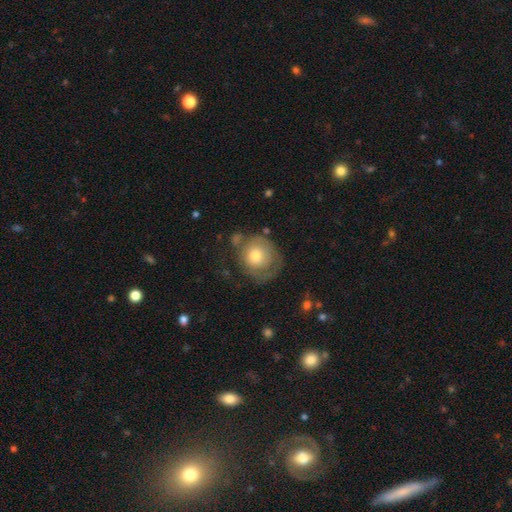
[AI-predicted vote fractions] Overall: smooth (58%; featured or disk 35%). How rounded: round (79%). Merging: none (47%; minor disturbance 26%).